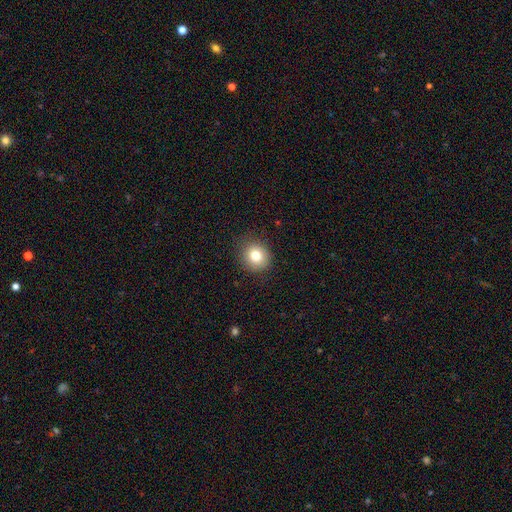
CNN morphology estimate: The model was most divided on "smooth or featured": smooth: 80%, star or artifact: 11%, featured or disk: 9%. More confident: merging — none (88%); how rounded — round (86%).